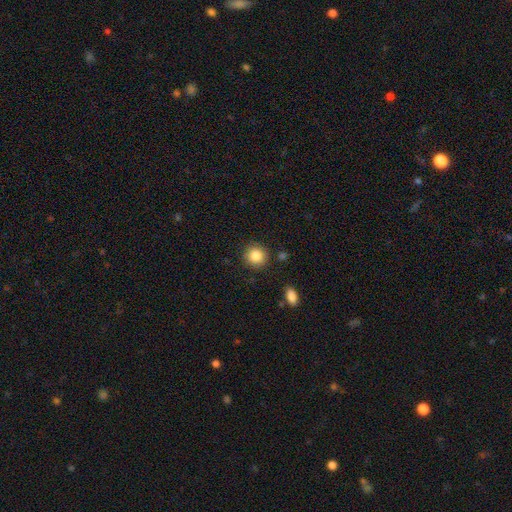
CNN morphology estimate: The model was most divided on "smooth or featured": smooth: 87%, star or artifact: 9%, featured or disk: 5%. More confident: how rounded — round (91%); merging — none (88%).